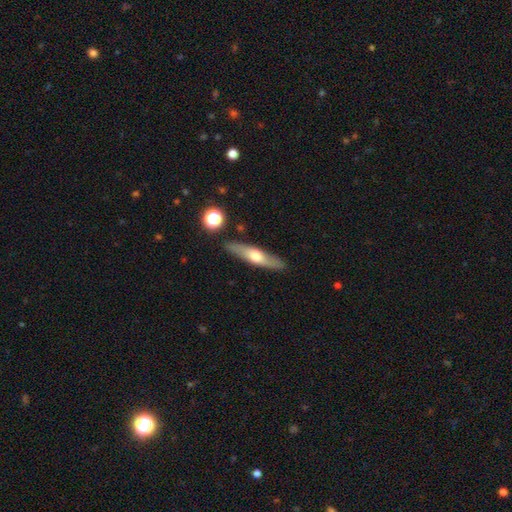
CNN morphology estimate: Smooth or featured? featured or disk (52%)
Edge-on disk? yes (83%)
Merging? none (86%)